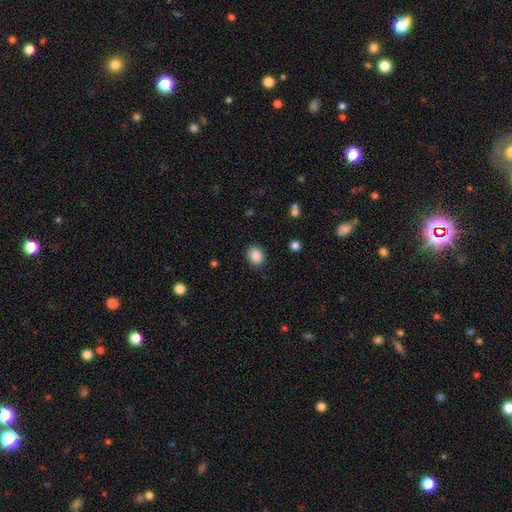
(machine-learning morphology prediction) Q: Smooth or featured?
A: smooth (87%); runner-up: star or artifact (9%)
Q: How rounded?
A: round (55%); runner-up: in between (44%)
Q: Merging?
A: none (87%); runner-up: minor disturbance (9%)